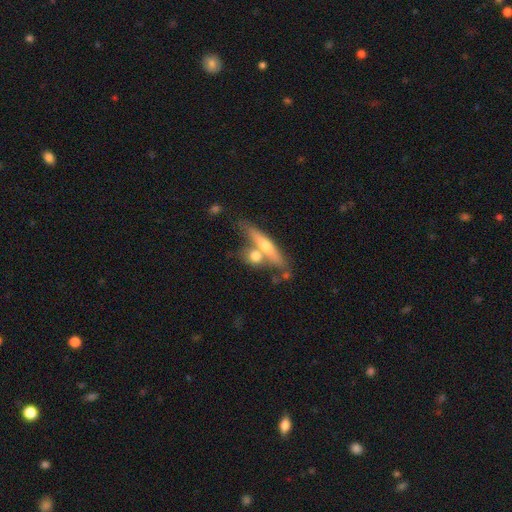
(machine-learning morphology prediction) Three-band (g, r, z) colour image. It shows a smooth galaxy with no disk features (55%) that is cigar-shaped (55%). Merging: none (47%).